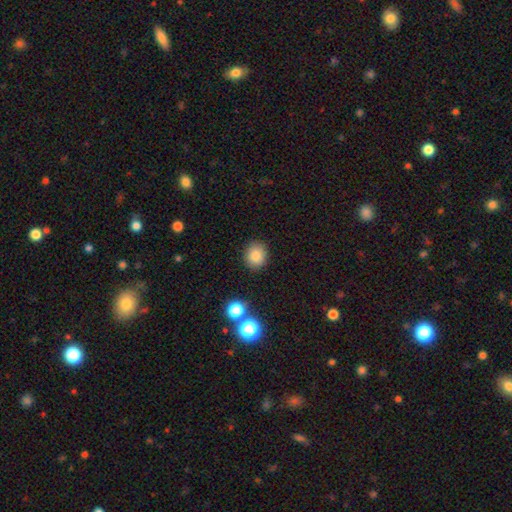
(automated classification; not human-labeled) A smooth galaxy with no disk features (83%) that is round (72%).

Vote fractions:
- Smooth or featured? smooth: 83% / star or artifact: 11% / featured or disk: 7%
- How rounded? round: 72% / in between: 27% / cigar-shaped: 1%
- Merging? none: 87% / minor disturbance: 8% / major disturbance: 2% / merger: 2%